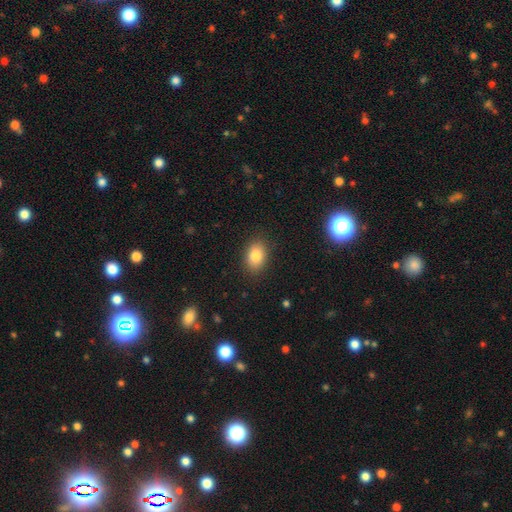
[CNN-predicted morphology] Smooth or featured: smooth — 83% (star or artifact — 9%)
How rounded: in between — 80% (round — 18%)
Merging: none — 87% (minor disturbance — 9%)